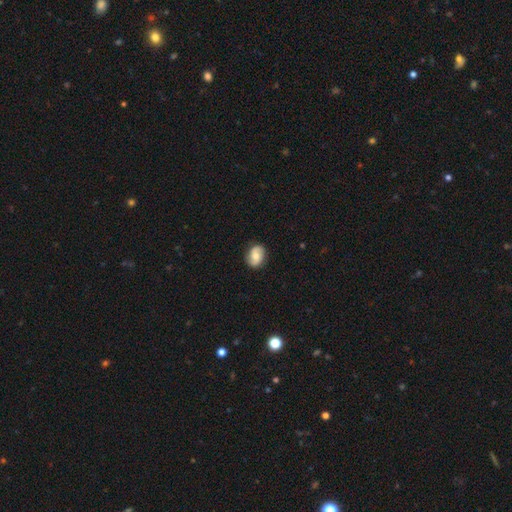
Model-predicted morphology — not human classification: This appears to be a featured or disk galaxy (48%). Merging: none (85%).